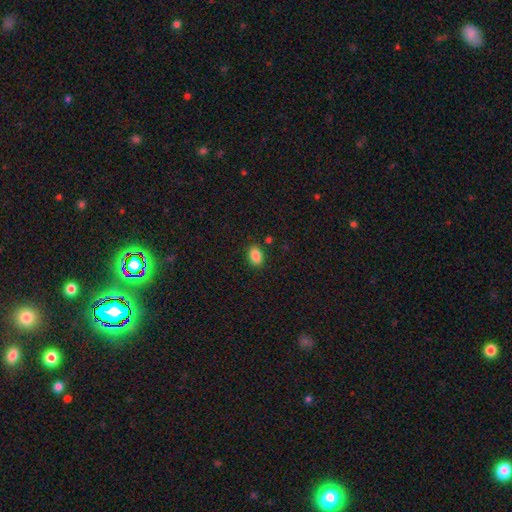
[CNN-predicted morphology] The model was most divided on "how rounded": in between: 78%, round: 20%, cigar-shaped: 1%. More confident: smooth or featured — smooth (87%); merging — none (86%).